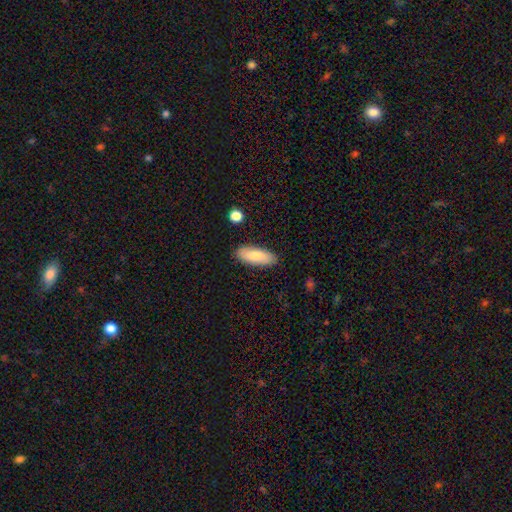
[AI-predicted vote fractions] Smooth or featured? smooth (79%)
How rounded? in between (75%)
Merging? none (86%)